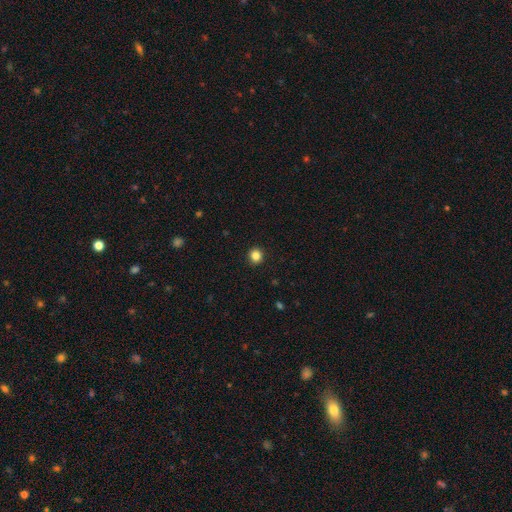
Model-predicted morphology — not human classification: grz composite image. It shows a smooth galaxy with no disk features (85%) that is round (90%). Merging: none (93%).